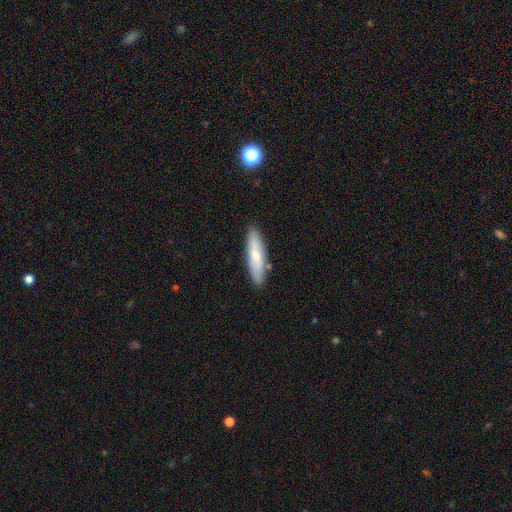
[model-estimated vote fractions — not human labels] Q: Smooth or featured?
A: smooth (66%); runner-up: featured or disk (28%)
Q: How rounded?
A: cigar-shaped (71%); runner-up: in between (28%)
Q: Merging?
A: none (85%); runner-up: minor disturbance (10%)